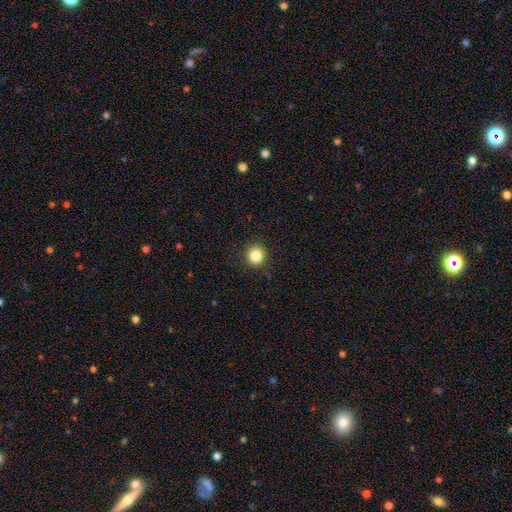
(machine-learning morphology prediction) A smooth galaxy with no disk features (84%) that is round (88%).

Vote fractions:
- Smooth or featured? smooth: 84% / star or artifact: 11% / featured or disk: 5%
- How rounded? round: 88% / in between: 11% / cigar-shaped: 1%
- Merging? none: 90% / minor disturbance: 7% / major disturbance: 2% / merger: 1%